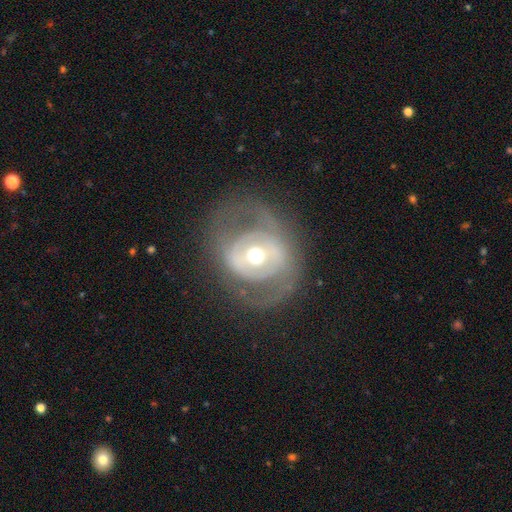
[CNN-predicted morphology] A featured or disk galaxy (72%) with no bar (54%), no spiral arms (51%) and a moderate central bulge (72%). Merging: none (66%).